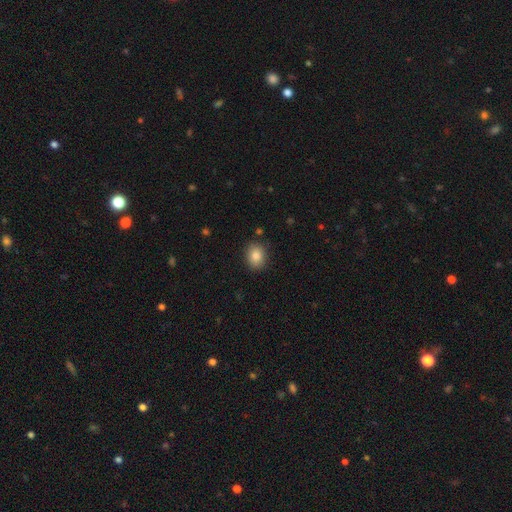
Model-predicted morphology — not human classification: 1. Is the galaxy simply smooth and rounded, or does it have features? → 84% smooth, 9% star or artifact, 7% featured or disk.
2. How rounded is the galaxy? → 52% round, 47% in between, 1% cigar-shaped.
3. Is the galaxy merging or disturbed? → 87% none, 9% minor disturbance, 2% major disturbance, 1% merger.